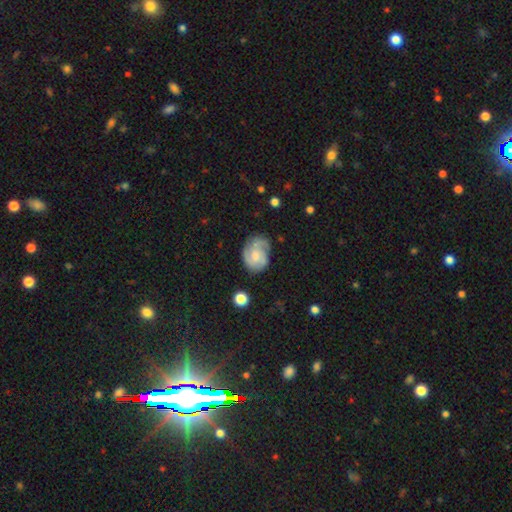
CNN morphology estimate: Q: Smooth or featured?
A: featured or disk (71%); runner-up: smooth (23%)
Q: Edge-on disk?
A: no (98%); runner-up: yes (2%)
Q: Bar?
A: no (65%); runner-up: weak (31%)
Q: Spiral arms?
A: yes (93%); runner-up: no (7%)
Q: Spiral winding?
A: medium (45%); runner-up: tight (41%)
Q: Spiral arm count?
A: 3 (39%); runner-up: 2 (28%)
Q: Bulge size?
A: moderate (43%); runner-up: small (39%)
Q: Merging?
A: none (65%); runner-up: minor disturbance (23%)